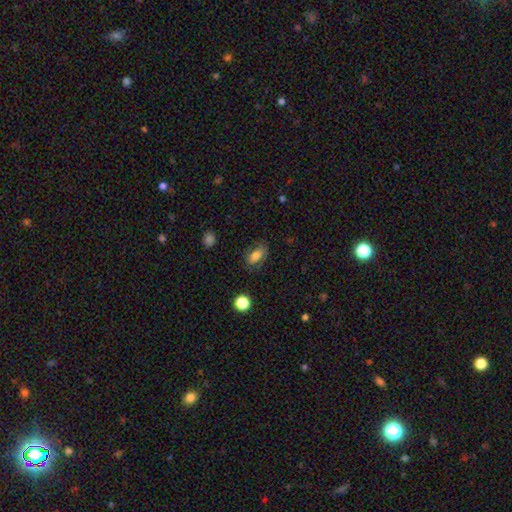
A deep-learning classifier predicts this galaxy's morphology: The model was most divided on "merging": none: 75%, minor disturbance: 17%, major disturbance: 6%, merger: 2%. More confident: how rounded — in between (86%); smooth or featured — smooth (75%).